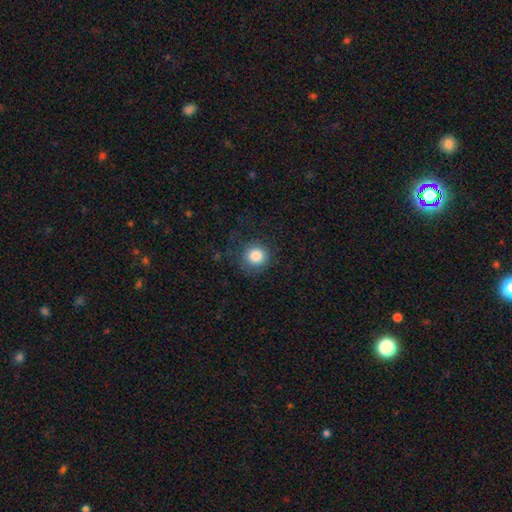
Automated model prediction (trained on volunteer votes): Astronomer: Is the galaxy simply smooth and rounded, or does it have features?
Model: smooth — 85%.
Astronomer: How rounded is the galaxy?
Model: round — 92%.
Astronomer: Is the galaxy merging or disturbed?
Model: none — 79%.